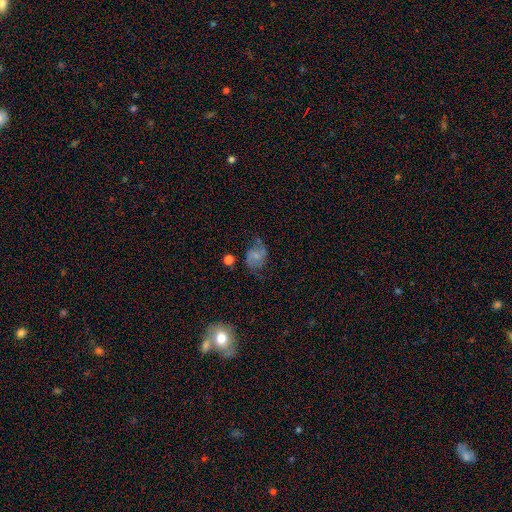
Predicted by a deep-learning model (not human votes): This is possibly a smooth galaxy (46%). Merging: possibly none (52%).